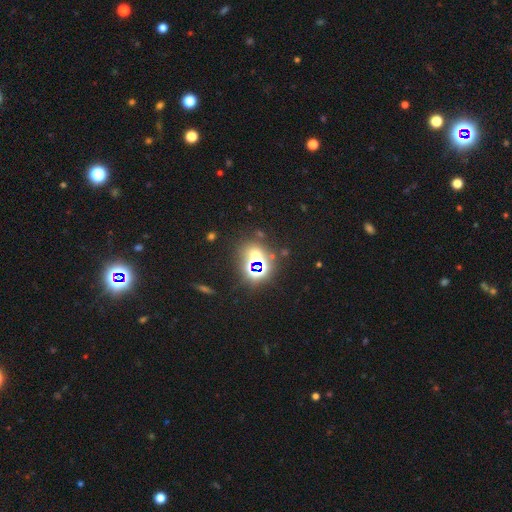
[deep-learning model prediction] Smooth or featured? Predicted: star or artifact (p=0.62).